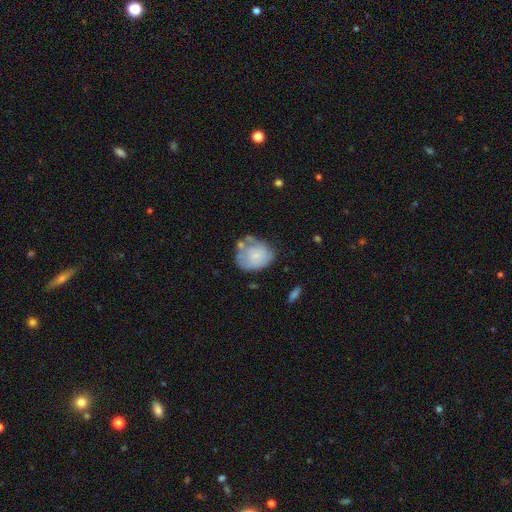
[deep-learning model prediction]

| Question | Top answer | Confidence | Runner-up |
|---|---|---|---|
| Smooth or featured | smooth | 58% | featured or disk (35%) |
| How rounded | round | 62% | in between (37%) |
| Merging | none | 40% | minor disturbance (31%) |